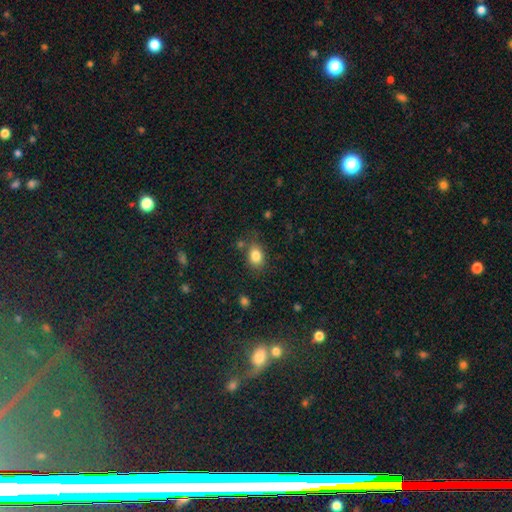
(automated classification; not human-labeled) This appears to be a smooth galaxy with no disk features (83%) that is in between round and cigar-shaped (65%). Merging: none (74%).